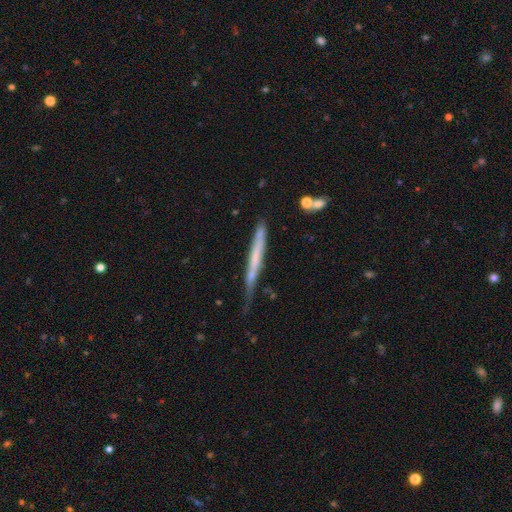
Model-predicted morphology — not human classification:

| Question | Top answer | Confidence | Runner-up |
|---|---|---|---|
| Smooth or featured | featured or disk | 47% | smooth (46%) |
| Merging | none | 56% | minor disturbance (31%) |